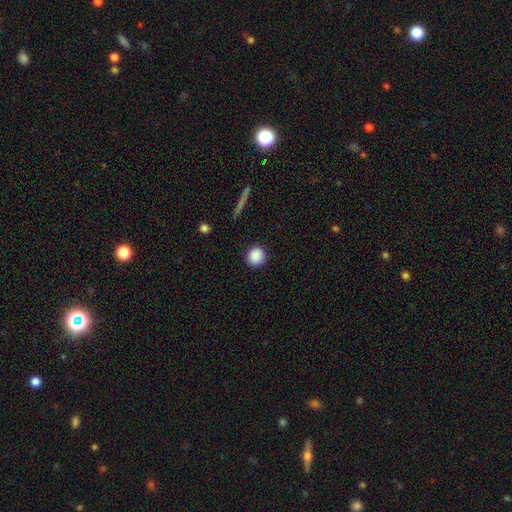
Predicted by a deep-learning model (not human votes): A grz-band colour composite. It shows a smooth galaxy with no disk features (89%) that is round (93%). Merging: none (92%).